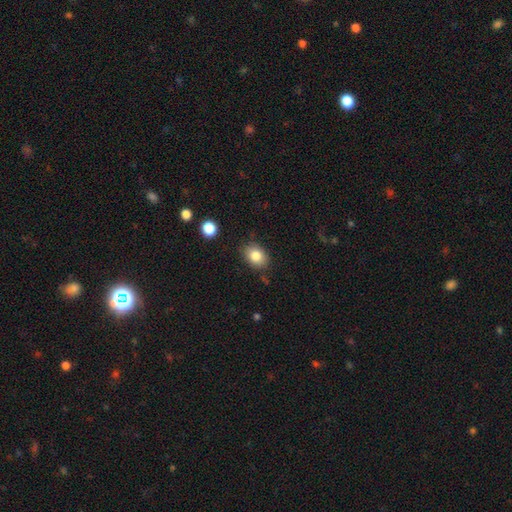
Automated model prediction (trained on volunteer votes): smooth-or-featured: smooth: 84% | star or artifact: 9% | featured or disk: 8%
  how-rounded: in between: 65% | round: 34% | cigar-shaped: 1%
  merging: none: 82% | minor disturbance: 13% | major disturbance: 3% | merger: 2%